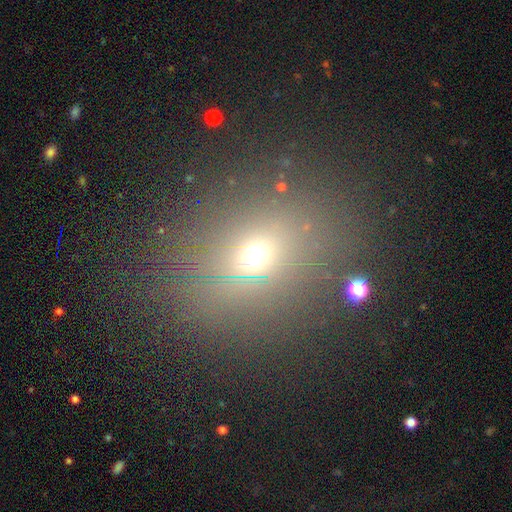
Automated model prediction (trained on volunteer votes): Q: Smooth or featured?
A: smooth (54%); runner-up: star or artifact (28%)
Q: How rounded?
A: round (58%); runner-up: in between (39%)
Q: Merging?
A: none (80%); runner-up: minor disturbance (11%)